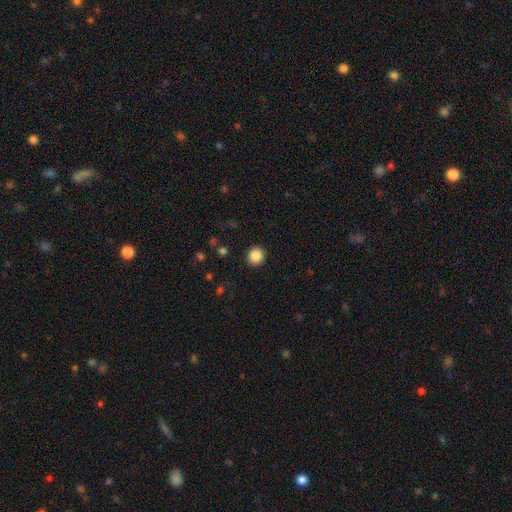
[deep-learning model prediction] A smooth galaxy with no disk features (87%) that is round (90%).

Vote fractions:
- Smooth or featured? smooth: 87% / star or artifact: 10% / featured or disk: 3%
- How rounded? round: 90% / in between: 9% / cigar-shaped: 1%
- Merging? none: 92% / minor disturbance: 5% / major disturbance: 2% / merger: 1%